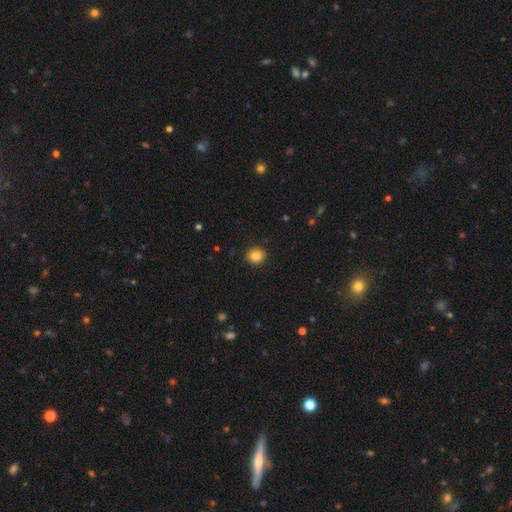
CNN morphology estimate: A smooth galaxy with no disk features (85%) that is round (83%).

Vote fractions:
- Smooth or featured? smooth: 85% / star or artifact: 10% / featured or disk: 5%
- How rounded? round: 83% / in between: 16% / cigar-shaped: 1%
- Merging? none: 91% / minor disturbance: 6% / major disturbance: 2% / merger: 1%